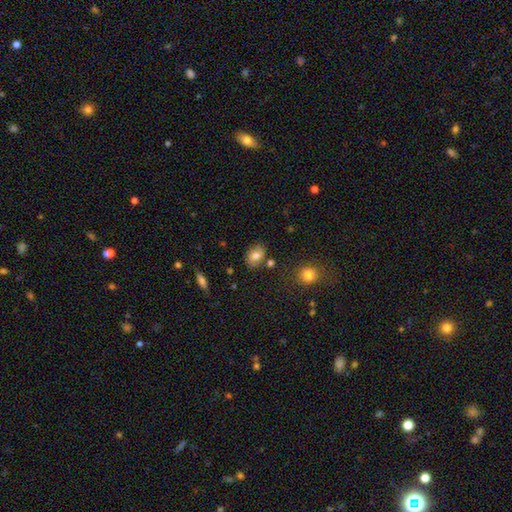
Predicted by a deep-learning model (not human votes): This appears to be a smooth galaxy with no disk features (75%) that is in between round and cigar-shaped (79%). Merging: none (79%).